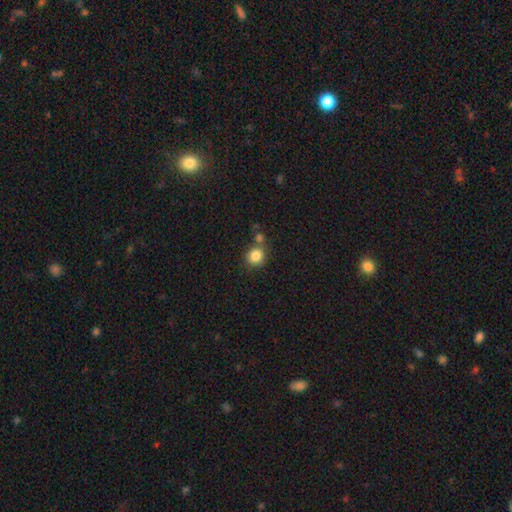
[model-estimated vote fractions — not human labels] The model was most divided on "merging": none: 66%, merger: 20%, minor disturbance: 11%, major disturbance: 4%. More confident: how rounded — round (87%); smooth or featured — smooth (84%).